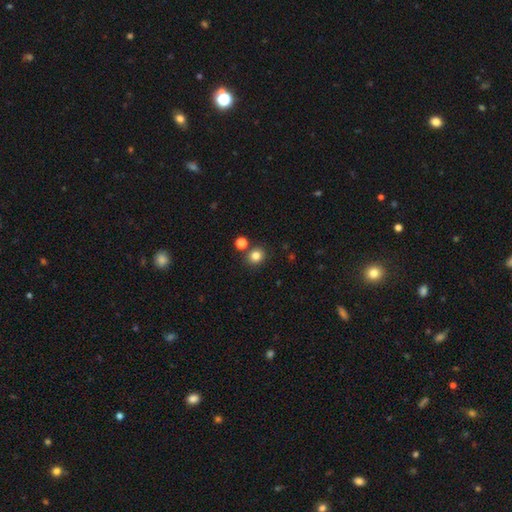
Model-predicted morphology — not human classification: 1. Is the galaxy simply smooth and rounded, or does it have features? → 82% smooth, 13% star or artifact, 5% featured or disk.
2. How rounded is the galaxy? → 84% round, 15% in between, 1% cigar-shaped.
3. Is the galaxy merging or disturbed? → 81% none, 9% merger, 7% minor disturbance, 2% major disturbance.